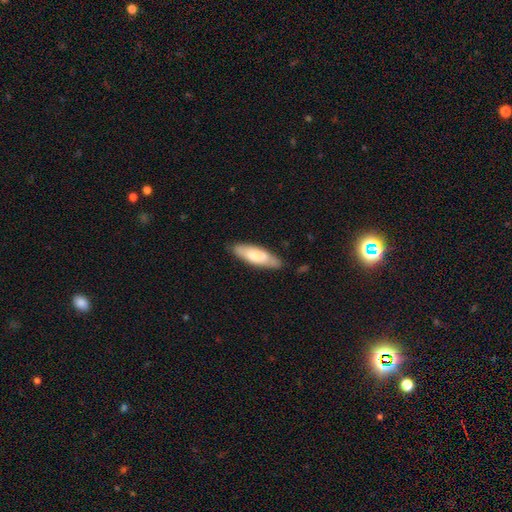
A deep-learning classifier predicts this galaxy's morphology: The model was most divided on "how rounded": in between: 52%, cigar-shaped: 47%, round: 1%. More confident: merging — none (77%); smooth or featured — smooth (71%).